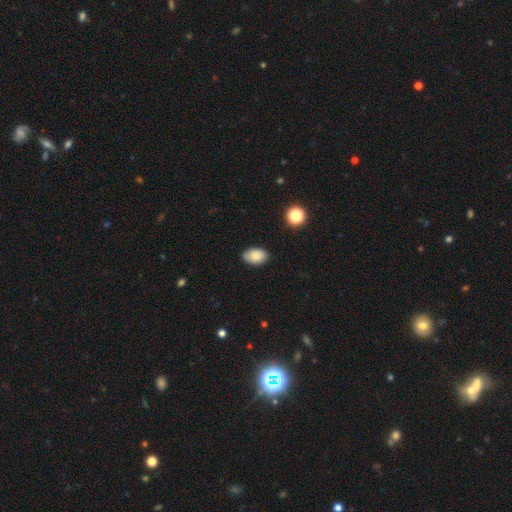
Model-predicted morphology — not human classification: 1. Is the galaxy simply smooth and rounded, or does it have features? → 86% smooth, 8% star or artifact, 6% featured or disk.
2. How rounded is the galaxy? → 88% in between, 11% round, 1% cigar-shaped.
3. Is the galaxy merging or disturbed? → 84% none, 12% minor disturbance, 2% major disturbance, 1% merger.